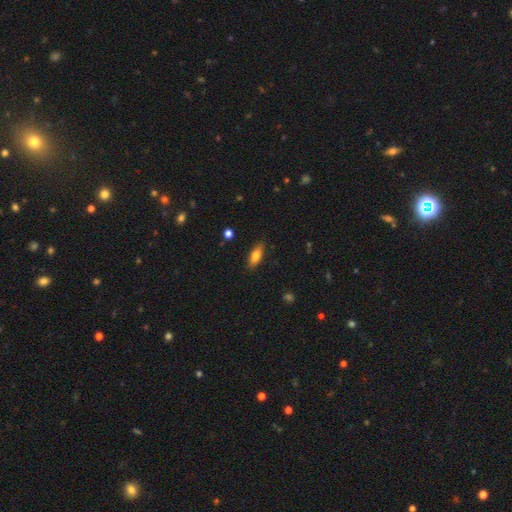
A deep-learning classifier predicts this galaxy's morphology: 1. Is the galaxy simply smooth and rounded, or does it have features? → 76% smooth, 17% featured or disk, 7% star or artifact.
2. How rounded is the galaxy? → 70% in between, 27% cigar-shaped, 3% round.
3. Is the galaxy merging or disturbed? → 86% none, 10% minor disturbance, 2% major disturbance, 1% merger.